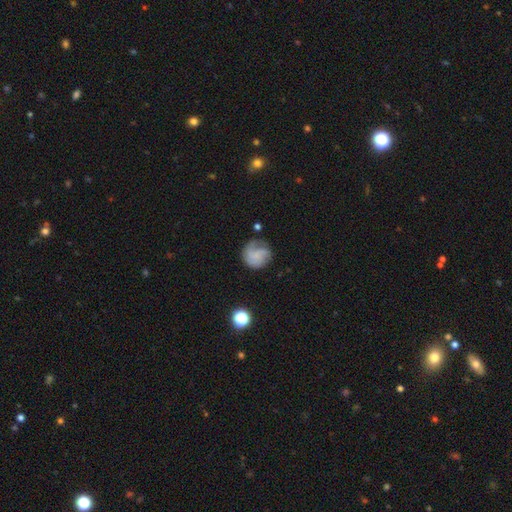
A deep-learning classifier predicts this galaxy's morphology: Smooth or featured? Predicted: smooth (p=0.55). How rounded? Predicted: round (p=0.84). Merging? Predicted: none (p=0.52).